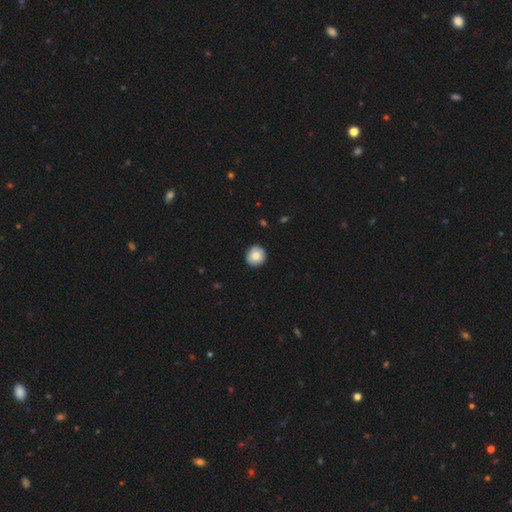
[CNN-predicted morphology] A smooth galaxy with no disk features (81%) that is round (89%).

Vote fractions:
- Smooth or featured? smooth: 81% / featured or disk: 11% / star or artifact: 8%
- How rounded? round: 89% / in between: 10% / cigar-shaped: 1%
- Merging? none: 88% / minor disturbance: 9% / major disturbance: 2% / merger: 1%